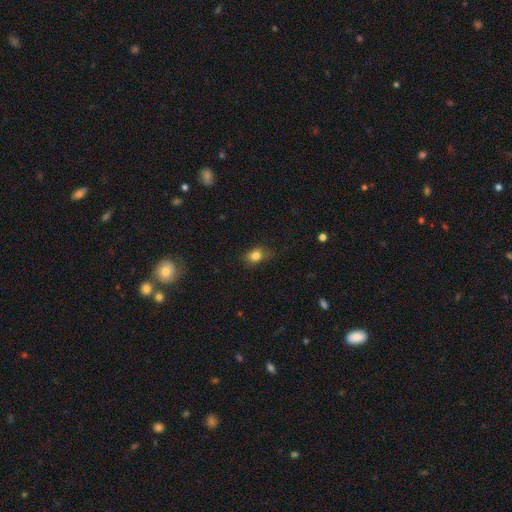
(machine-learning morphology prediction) type=smooth (81%); roundness=in between (56%); merging=none (73%).